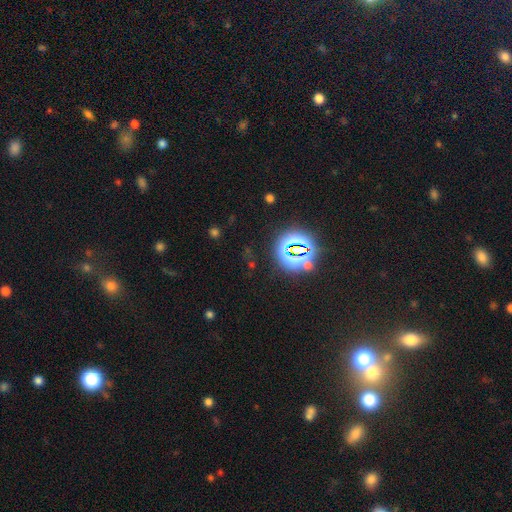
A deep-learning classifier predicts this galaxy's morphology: Smooth or featured?
  - star or artifact: 76% *
  - smooth: 15%
  - featured or disk: 9%